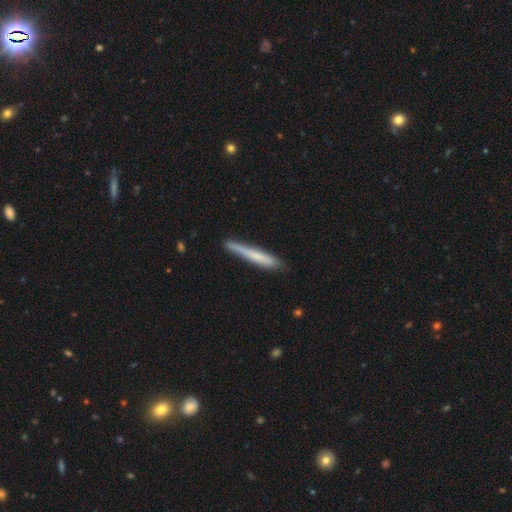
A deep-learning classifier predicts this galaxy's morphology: The model was most divided on "smooth or featured": smooth: 62%, featured or disk: 32%, star or artifact: 6%. More confident: how rounded — cigar-shaped (96%); merging — none (77%).